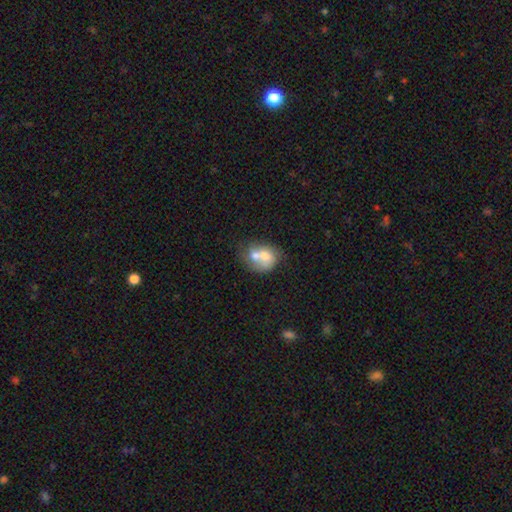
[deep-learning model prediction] Overall: smooth (60%; featured or disk 32%). How rounded: round (50%; in between 49%). Merging: merger (69%).